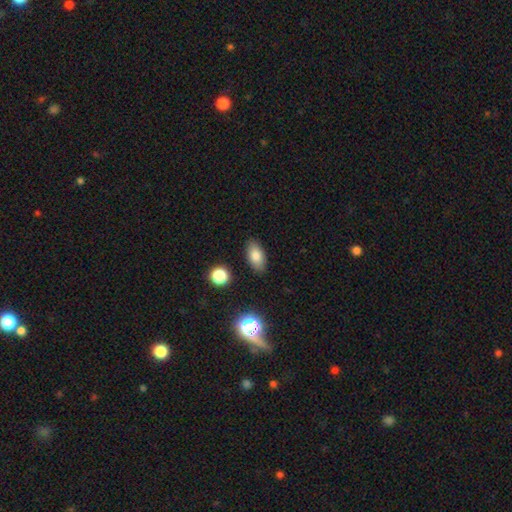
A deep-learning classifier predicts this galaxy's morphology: This is clearly a smooth galaxy (80%). How rounded: clearly in between (90%). Merging: clearly none (86%).